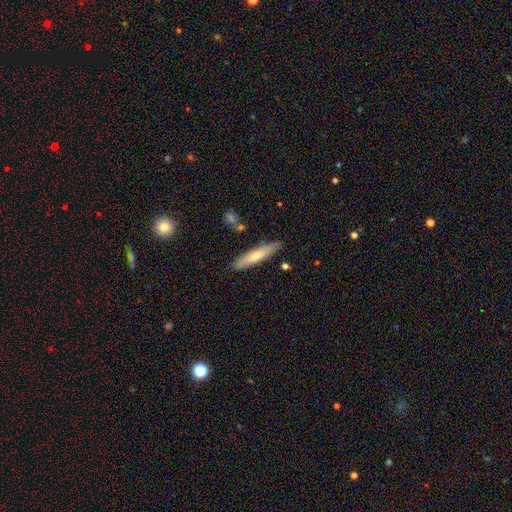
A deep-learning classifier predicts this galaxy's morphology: type=smooth (59%); roundness=cigar-shaped (86%); merging=none (86%).